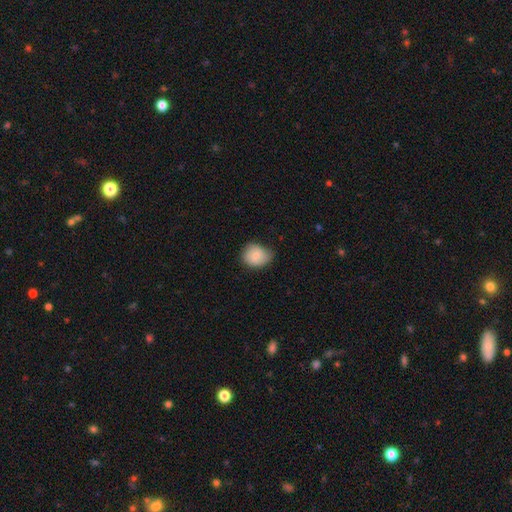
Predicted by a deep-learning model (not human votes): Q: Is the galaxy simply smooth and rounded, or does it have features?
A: smooth — 80%.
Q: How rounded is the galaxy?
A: round — 55%.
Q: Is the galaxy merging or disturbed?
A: none — 55%.